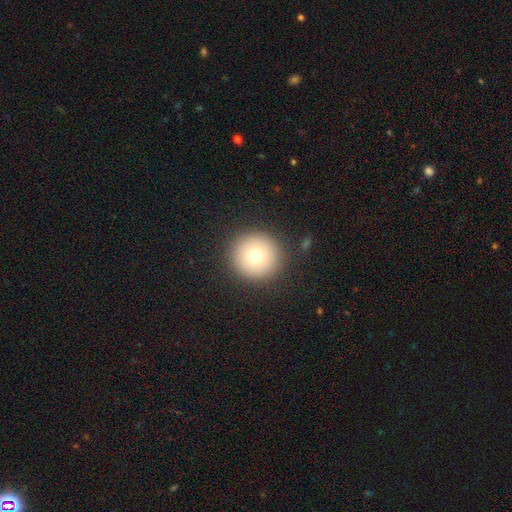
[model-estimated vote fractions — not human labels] This appears to be a smooth galaxy with no disk features (76%) that is round (96%). Merging: none (90%).